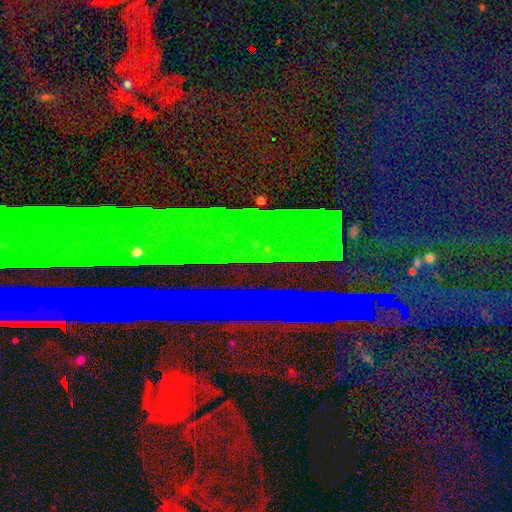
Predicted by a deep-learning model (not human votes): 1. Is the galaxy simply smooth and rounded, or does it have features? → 87% star or artifact, 7% featured or disk, 6% smooth.